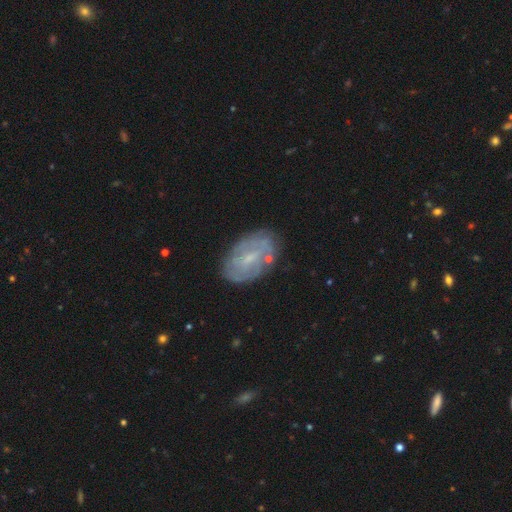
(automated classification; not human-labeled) This is likely a featured or disk galaxy (63%). It is clearly not viewed edge-on (95%). Bar: possibly weak (47%). Spiral arm pattern: likely yes (64%). Central bulge: likely small (63%). Merging: likely none (76%).